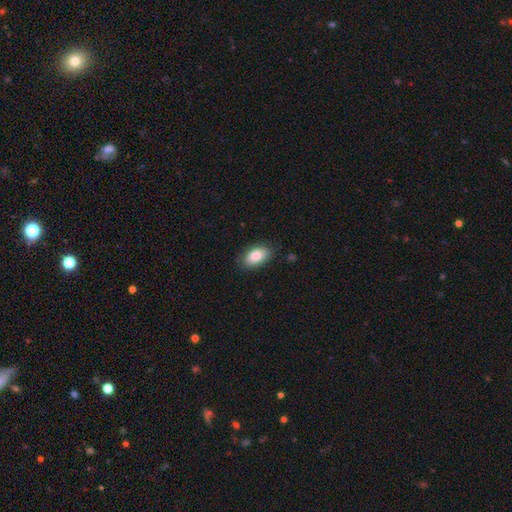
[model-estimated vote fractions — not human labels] smooth-or-featured: smooth: 83% | featured or disk: 10% | star or artifact: 7%
  how-rounded: in between: 92% | round: 6% | cigar-shaped: 2%
  merging: none: 82% | minor disturbance: 14% | major disturbance: 3% | merger: 1%